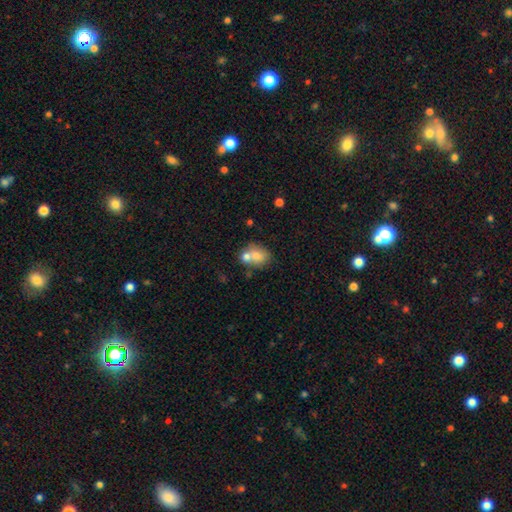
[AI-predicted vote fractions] This appears to be a smooth galaxy with no disk features (71%) that is in between round and cigar-shaped (58%). Merging: merger (44%).